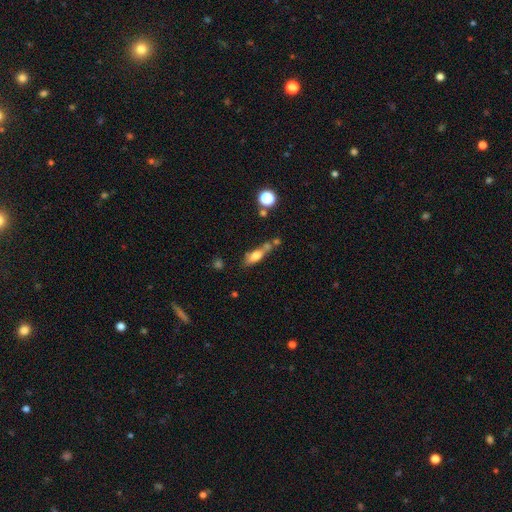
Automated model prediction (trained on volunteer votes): This appears to be a smooth galaxy with no disk features (66%) that is in between round and cigar-shaped (50%). Merging: none (44%).